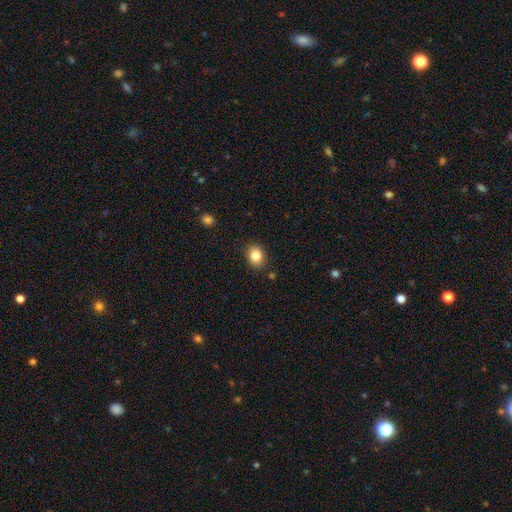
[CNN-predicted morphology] Smooth or featured? Predicted: smooth (p=0.85). How rounded? Predicted: in between (p=0.60). Merging? Predicted: none (p=0.87).